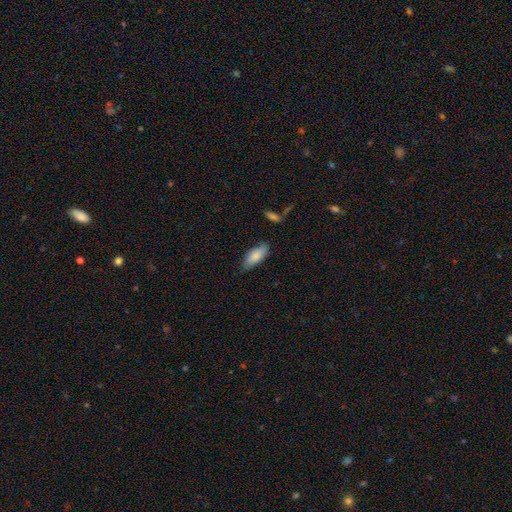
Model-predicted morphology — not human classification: This appears to be a smooth galaxy with no disk features (82%) that is in between round and cigar-shaped (79%). Merging: none (77%).